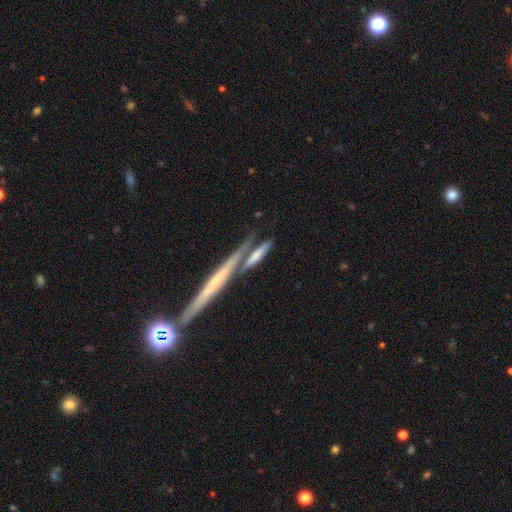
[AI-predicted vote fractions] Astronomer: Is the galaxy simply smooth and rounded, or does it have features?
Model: smooth — 58% (runner-up: featured or disk, 34%).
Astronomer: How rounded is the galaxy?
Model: cigar-shaped — 81%.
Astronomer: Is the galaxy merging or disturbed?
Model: none — 50% (runner-up: merger, 32%).